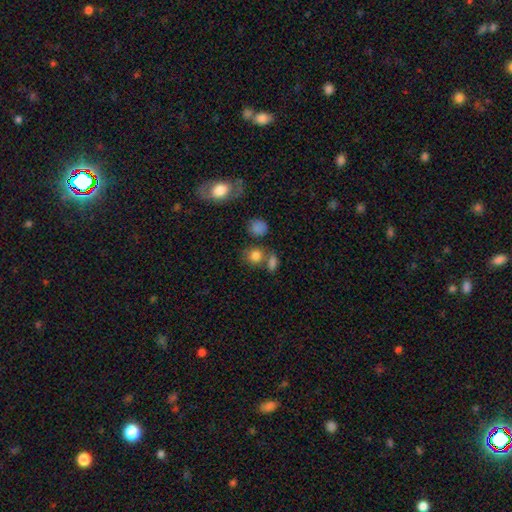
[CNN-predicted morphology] This is clearly a smooth galaxy (81%). How rounded: likely round (68%). Merging: possibly none (58%).